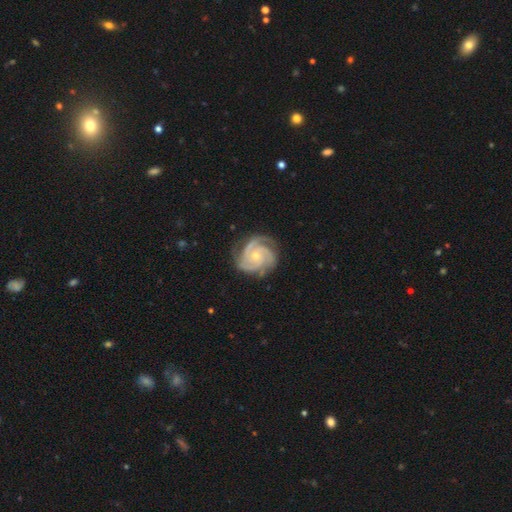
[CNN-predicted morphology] Smooth or featured?
  - featured or disk: 92% *
  - smooth: 4%
  - star or artifact: 4%
Edge-on disk?
  - no: 98% *
  - yes: 2%
Bar?
  - no: 74% *
  - weak: 21%
  - strong: 5%
Spiral arms?
  - yes: 99% *
  - no: 1%
Spiral winding?
  - tight: 67% *
  - medium: 30%
  - loose: 3%
Spiral arm count?
  - 3: 67% *
  - 4: 12%
  - 2: 10%
  - can't tell: 5%
  - more than 4: 3%
  - 1: 3%
Bulge size?
  - small: 61% *
  - moderate: 36%
  - none: 1%
  - large: 1%
  - dominant: 1%
Merging?
  - none: 78% *
  - minor disturbance: 17%
  - major disturbance: 4%
  - merger: 1%